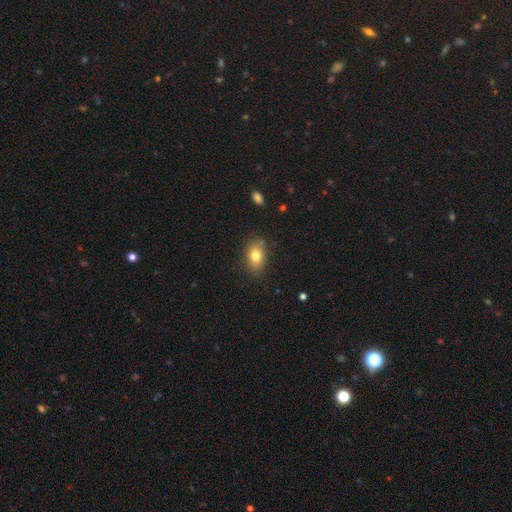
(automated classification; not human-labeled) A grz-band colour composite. It shows a smooth galaxy with no disk features (78%) that is in between round and cigar-shaped (78%). Merging: none (81%).